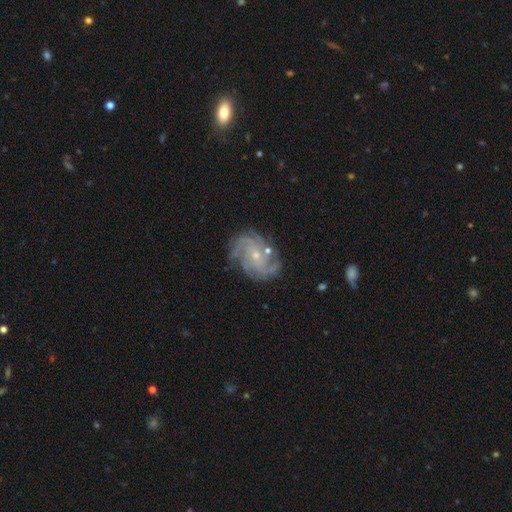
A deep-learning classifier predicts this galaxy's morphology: Overall: featured or disk (87%). Edge-on disk: no (97%). Bar: no (70%). Spiral arms: yes (97%). Spiral arm count: 4 (30%; can't tell 21%). Spiral winding: tight (56%; medium 35%). Bulge size: small (74%). Merging: none (74%).